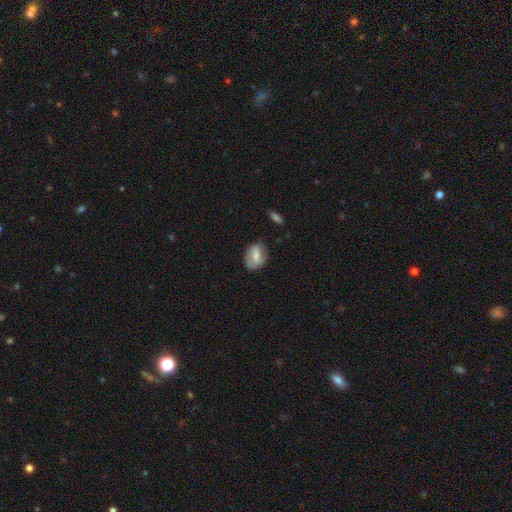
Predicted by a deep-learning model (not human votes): Morphology: type=smooth (64%); roundness=in between (74%); merging=none (70%).